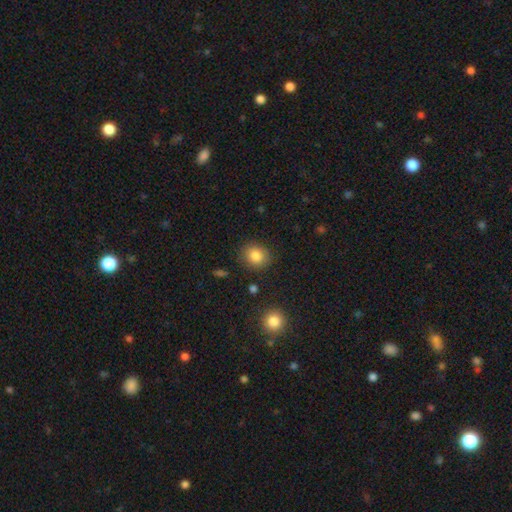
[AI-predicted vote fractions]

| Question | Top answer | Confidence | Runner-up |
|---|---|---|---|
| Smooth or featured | smooth | 84% | star or artifact (9%) |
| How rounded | round | 73% | in between (26%) |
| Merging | none | 86% | minor disturbance (9%) |